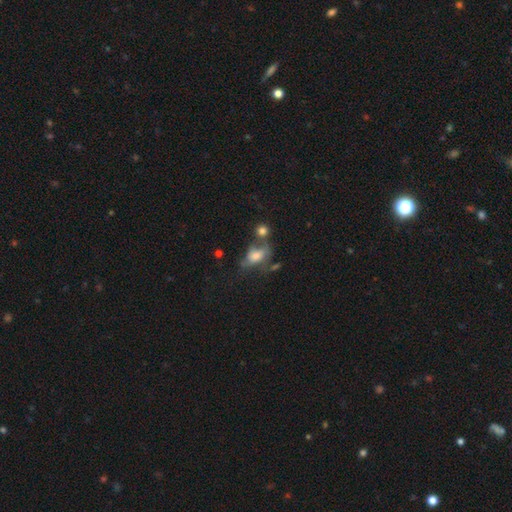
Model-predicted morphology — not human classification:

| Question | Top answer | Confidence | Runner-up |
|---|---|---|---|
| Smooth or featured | smooth | 56% | featured or disk (31%) |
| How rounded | in between | 77% | round (16%) |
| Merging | none | 33% | merger (24%) |